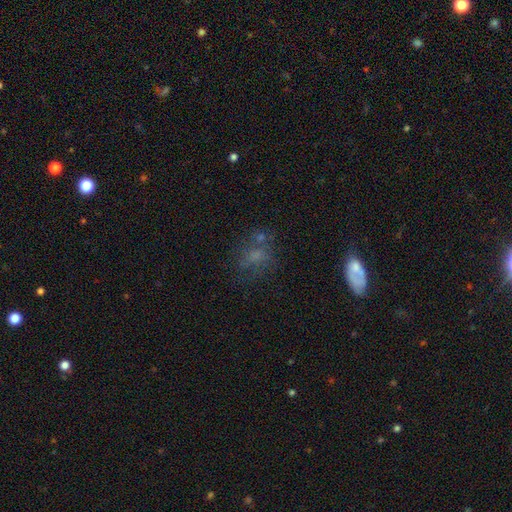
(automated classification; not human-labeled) A smooth galaxy with no disk features (51%) that is in between round and cigar-shaped (50%). Merging: none (51%).